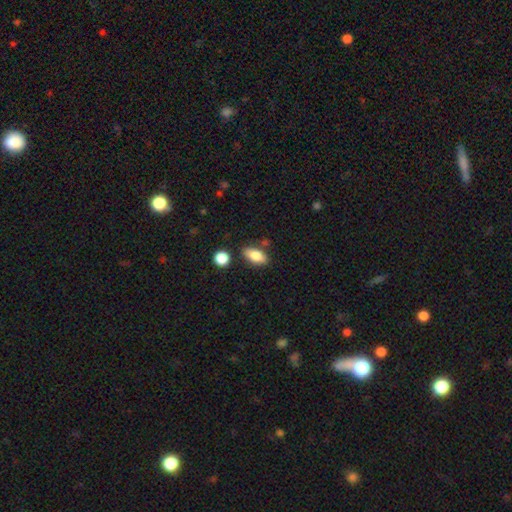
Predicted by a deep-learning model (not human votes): Smooth or featured? smooth (83%)
How rounded? in between (87%)
Merging? none (79%)